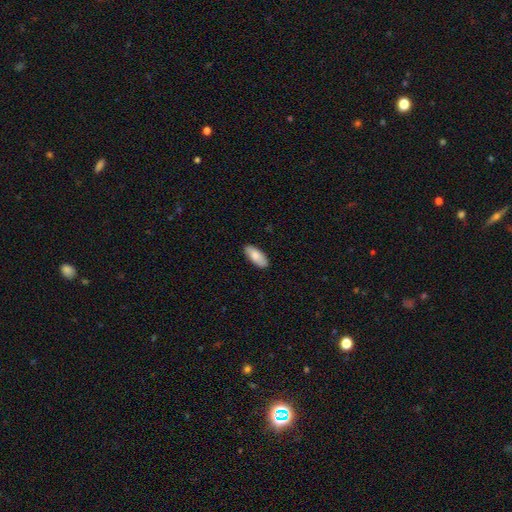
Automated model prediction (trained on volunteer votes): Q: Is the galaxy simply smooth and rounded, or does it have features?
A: smooth — 84%.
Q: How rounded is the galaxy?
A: in between — 85%.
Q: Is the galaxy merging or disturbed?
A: none — 88%.